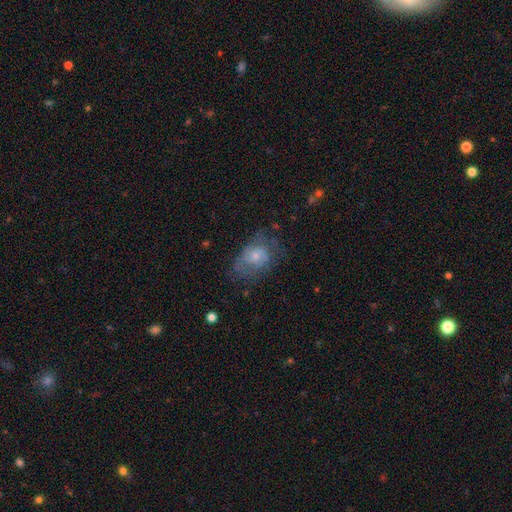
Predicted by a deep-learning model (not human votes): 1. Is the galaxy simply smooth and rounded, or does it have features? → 49% featured or disk, 39% smooth, 12% star or artifact.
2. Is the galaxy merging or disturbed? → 52% none, 25% minor disturbance, 21% major disturbance, 2% merger.